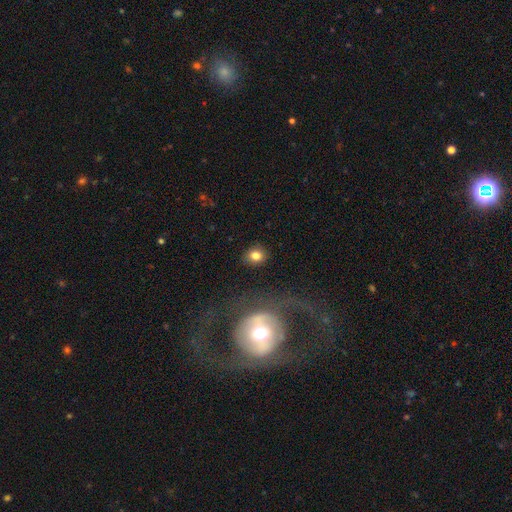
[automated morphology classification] Q: Smooth or featured?
A: smooth (80%); runner-up: star or artifact (11%)
Q: How rounded?
A: round (66%); runner-up: in between (33%)
Q: Merging?
A: none (86%); runner-up: minor disturbance (9%)